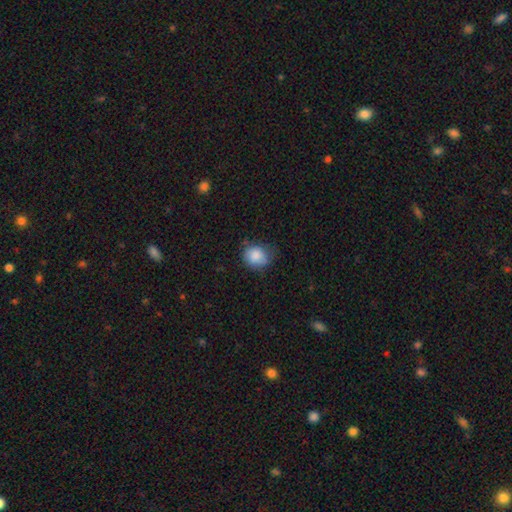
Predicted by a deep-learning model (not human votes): A smooth galaxy with no disk features (86%) that is round (69%).

Vote fractions:
- Smooth or featured? smooth: 86% / star or artifact: 8% / featured or disk: 6%
- How rounded? round: 69% / in between: 30% / cigar-shaped: 1%
- Merging? none: 64% / minor disturbance: 28% / major disturbance: 7% / merger: 2%